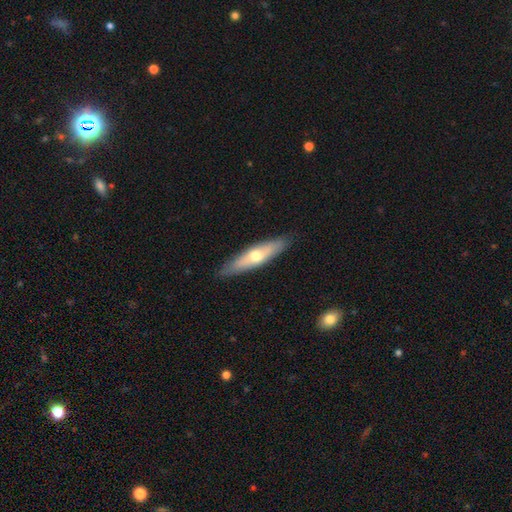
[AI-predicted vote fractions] This is possibly a featured or disk galaxy (47%, tied with smooth). Merging: clearly none (88%).